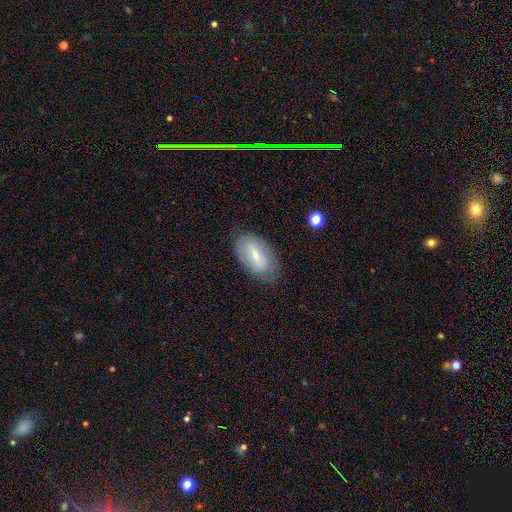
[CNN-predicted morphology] Overall: smooth (55%; featured or disk 38%). How rounded: in between (91%). Merging: none (75%).